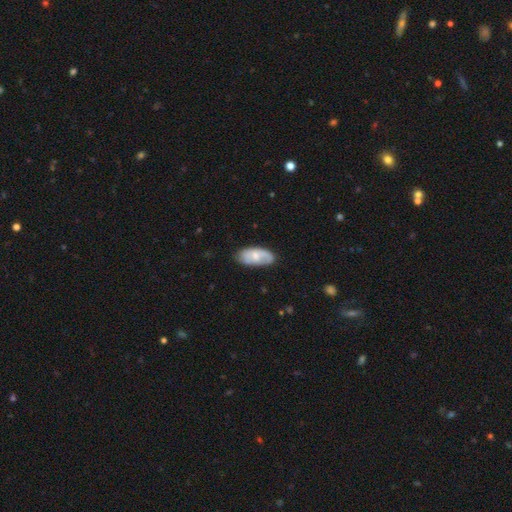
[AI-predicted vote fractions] This appears to be a smooth galaxy with no disk features (57%) that is in between round and cigar-shaped (92%). Merging: none (68%).